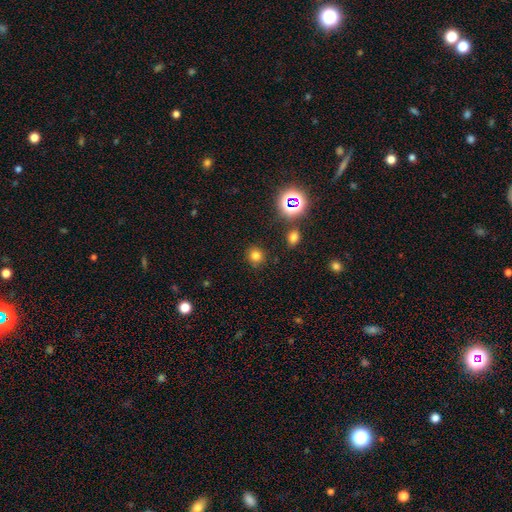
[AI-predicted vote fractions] This appears to be a smooth galaxy with no disk features (75%) that is round (87%). Merging: none (87%).